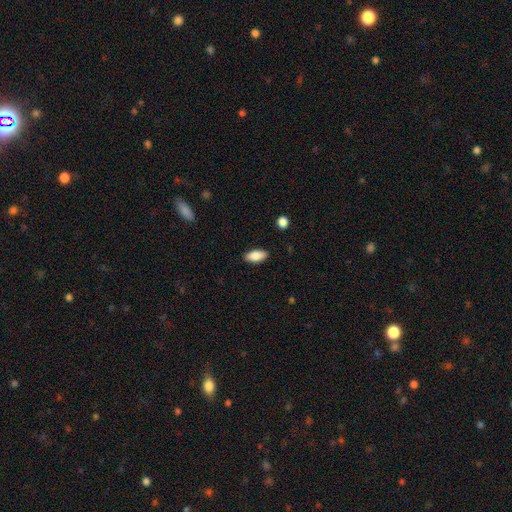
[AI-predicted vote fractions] A smooth galaxy with no disk features (85%) that is in between round and cigar-shaped (87%).

Vote fractions:
- Smooth or featured? smooth: 85% / featured or disk: 9% / star or artifact: 7%
- How rounded? in between: 87% / cigar-shaped: 10% / round: 2%
- Merging? none: 88% / minor disturbance: 9% / major disturbance: 2% / merger: 1%